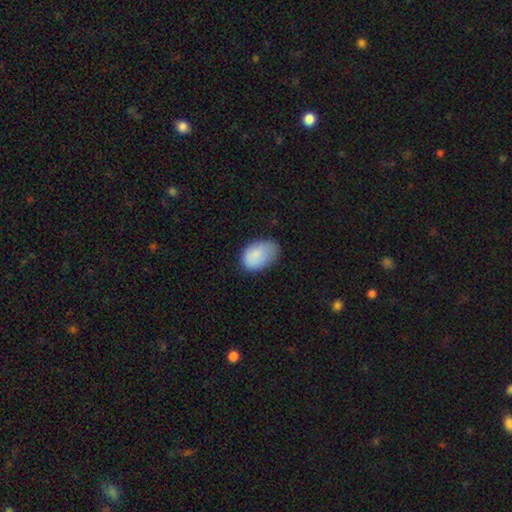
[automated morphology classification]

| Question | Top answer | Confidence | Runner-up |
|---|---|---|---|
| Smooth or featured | smooth | 85% | featured or disk (8%) |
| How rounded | in between | 85% | round (14%) |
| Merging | none | 54% | minor disturbance (35%) |